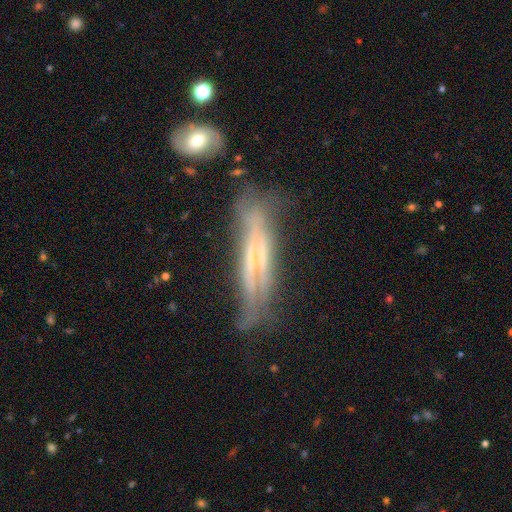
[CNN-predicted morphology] A featured or disk galaxy (71%) viewed edge-on (81%) with no central bulge (48%).

Vote fractions:
- Smooth or featured? featured or disk: 71% / smooth: 20% / star or artifact: 9%
- Edge-on disk? yes: 81% / no: 19%
- Edge-on bulge? none: 48% / rounded: 33% / boxy: 19%
- Merging? none: 54% / minor disturbance: 26% / major disturbance: 15% / merger: 6%